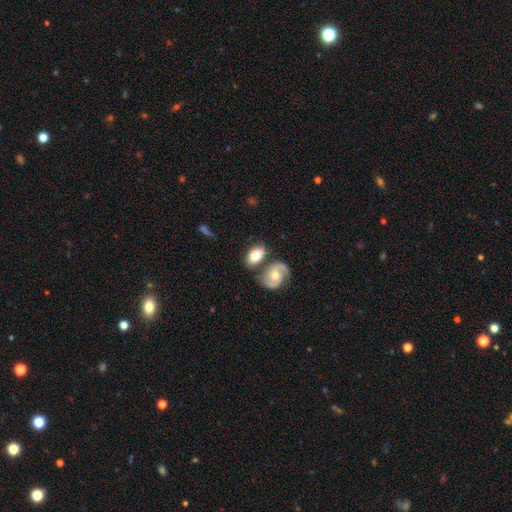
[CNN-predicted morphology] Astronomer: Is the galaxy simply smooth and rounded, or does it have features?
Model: smooth — 64%.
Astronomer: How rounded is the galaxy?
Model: in between — 88%.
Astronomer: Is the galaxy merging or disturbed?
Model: none — 55%.